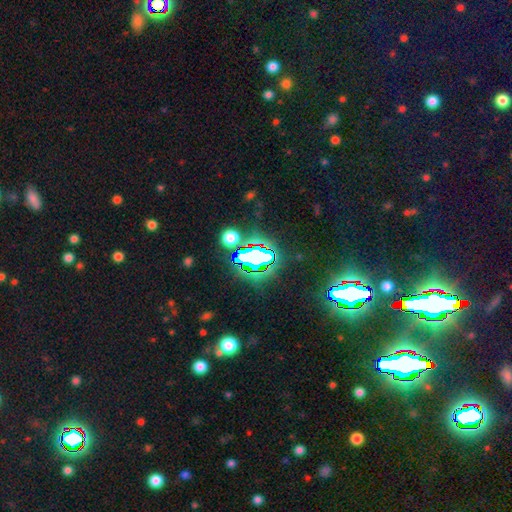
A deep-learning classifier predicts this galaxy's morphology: A star or artifact, not a galaxy (69%).

Vote fractions:
- Smooth or featured? star or artifact: 69% / smooth: 19% / featured or disk: 12%